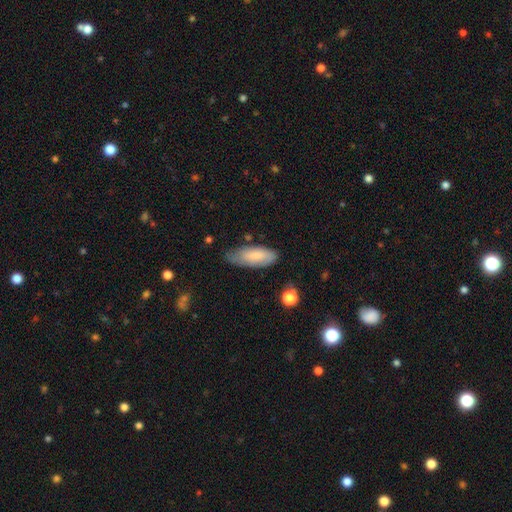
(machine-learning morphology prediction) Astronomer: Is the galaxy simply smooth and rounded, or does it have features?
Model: smooth — 76%.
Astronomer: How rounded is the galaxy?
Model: in between — 78%.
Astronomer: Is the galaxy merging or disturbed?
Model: none — 59%.